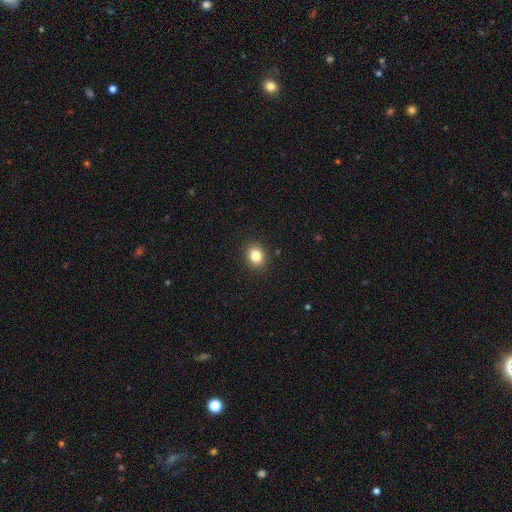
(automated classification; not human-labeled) A smooth galaxy with no disk features (83%) that is round (57%).

Vote fractions:
- Smooth or featured? smooth: 83% / star or artifact: 11% / featured or disk: 6%
- How rounded? round: 57% / in between: 43% / cigar-shaped: 1%
- Merging? none: 90% / minor disturbance: 7% / major disturbance: 2% / merger: 1%